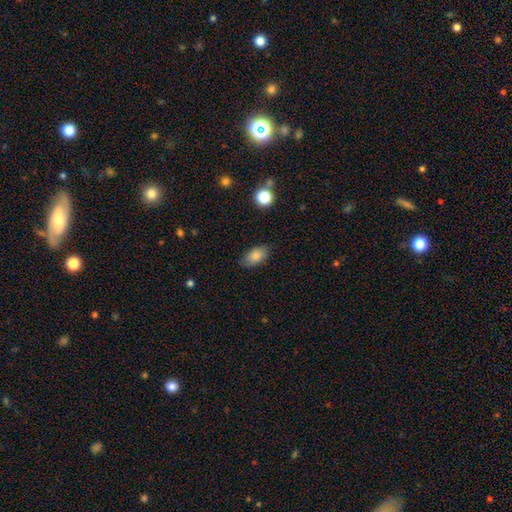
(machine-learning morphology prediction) Smooth or featured? Predicted: smooth (p=0.83). How rounded? Predicted: in between (p=0.91). Merging? Predicted: none (p=0.81).